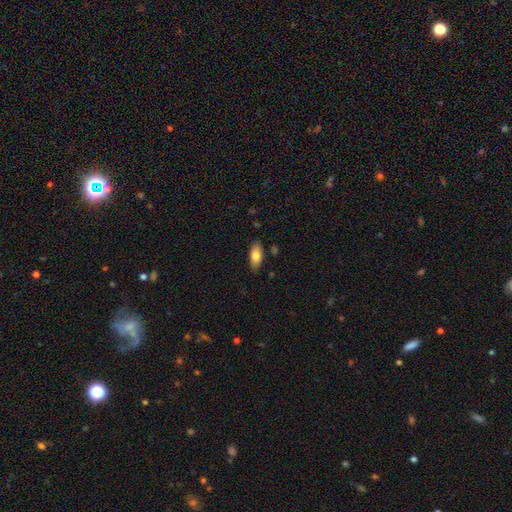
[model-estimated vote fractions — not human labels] smooth-or-featured: smooth: 78% | featured or disk: 15% | star or artifact: 7%
  how-rounded: in between: 85% | cigar-shaped: 13% | round: 2%
  merging: none: 84% | minor disturbance: 12% | major disturbance: 2% | merger: 2%